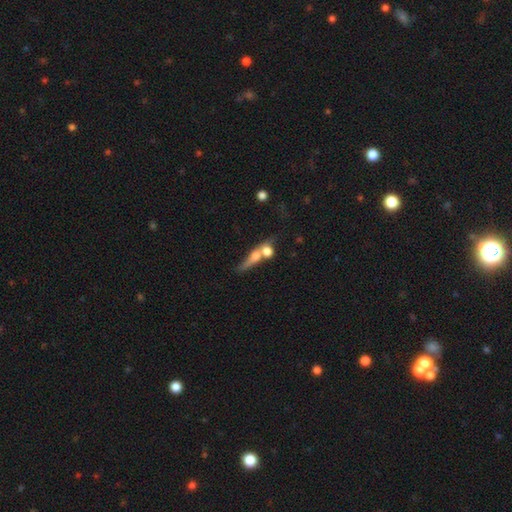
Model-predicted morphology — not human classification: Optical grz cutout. It shows a smooth galaxy with no disk features (52%) that is cigar-shaped (42%). Merging: merger (50%).